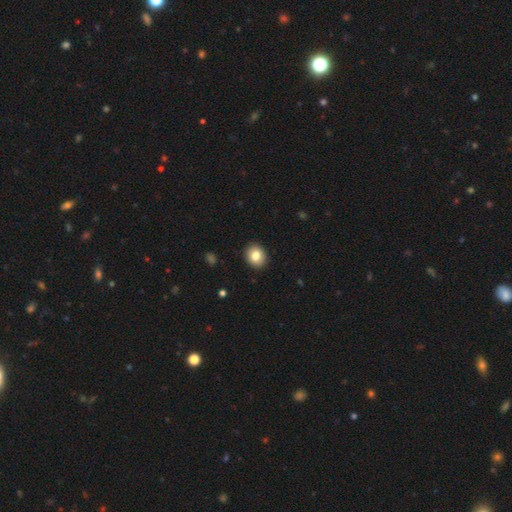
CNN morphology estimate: smooth_or_featured: smooth (p=0.82) [alt: featured or disk p=0.09]
how_rounded: round (p=0.63) [alt: in between p=0.36]
merging: none (p=0.91) [alt: minor disturbance p=0.06]